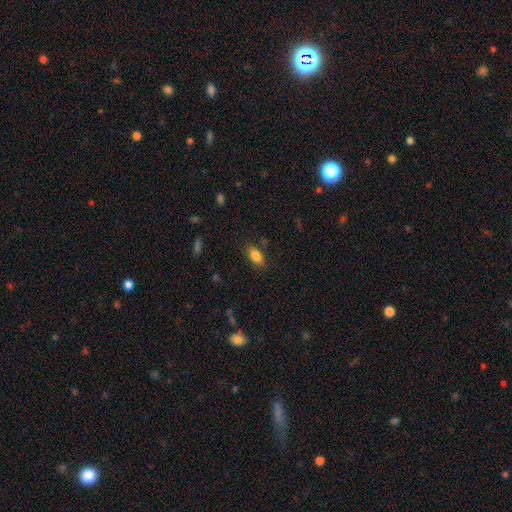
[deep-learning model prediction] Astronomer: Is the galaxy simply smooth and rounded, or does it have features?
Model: smooth — 85%.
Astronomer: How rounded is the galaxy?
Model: in between — 89%.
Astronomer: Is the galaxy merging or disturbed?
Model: none — 83%.